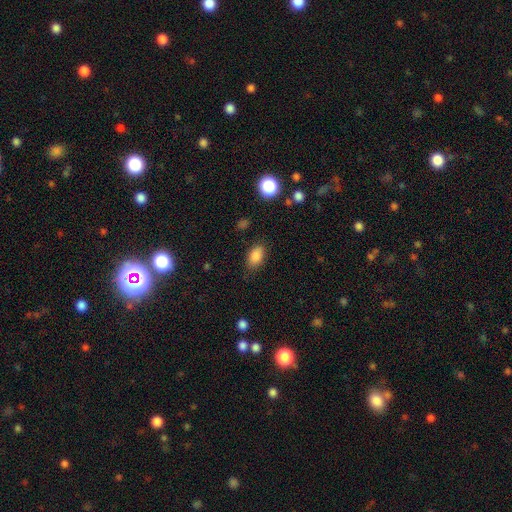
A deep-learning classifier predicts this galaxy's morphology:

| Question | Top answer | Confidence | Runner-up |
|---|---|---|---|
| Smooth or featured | smooth | 85% | star or artifact (9%) |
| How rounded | in between | 88% | round (10%) |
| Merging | none | 82% | minor disturbance (13%) |